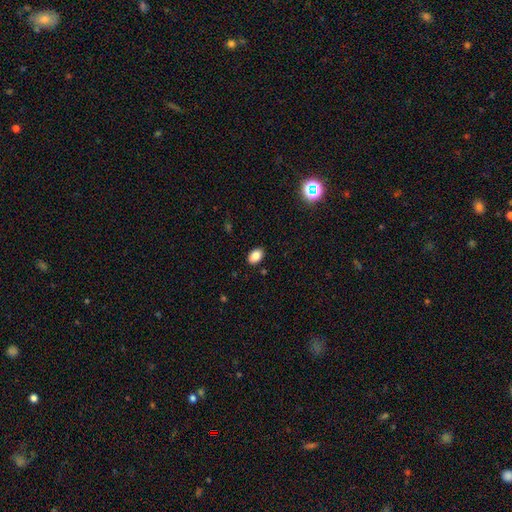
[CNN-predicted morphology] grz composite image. It shows a smooth galaxy with no disk features (85%) that is in between round and cigar-shaped (86%). Merging: none (88%).